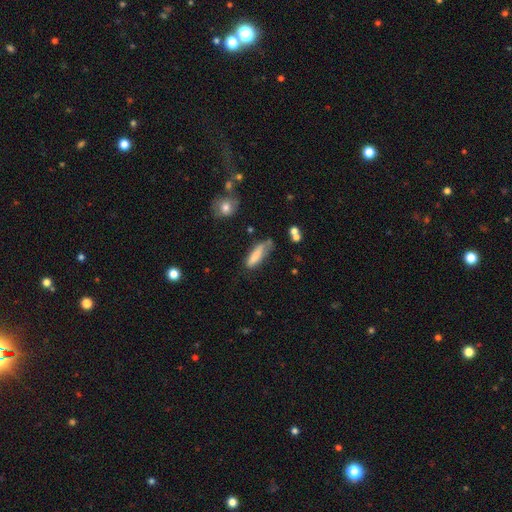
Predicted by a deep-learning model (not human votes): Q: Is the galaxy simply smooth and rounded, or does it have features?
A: smooth — 75%.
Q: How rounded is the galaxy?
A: cigar-shaped — 59%.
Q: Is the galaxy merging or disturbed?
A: none — 51%.